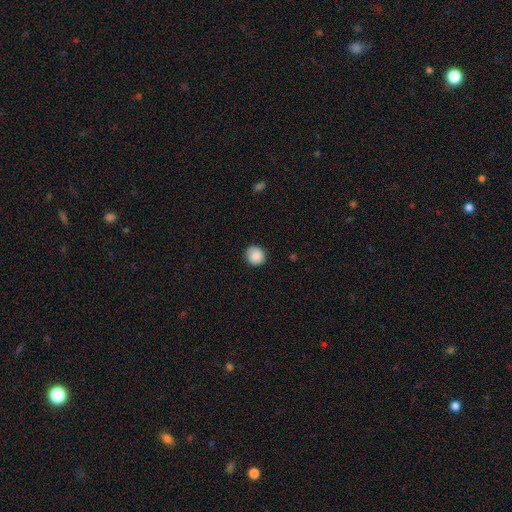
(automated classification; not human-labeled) smooth_or_featured: smooth (p=0.87) [alt: star or artifact p=0.08]
how_rounded: round (p=0.85) [alt: in between p=0.14]
merging: none (p=0.83) [alt: minor disturbance p=0.14]